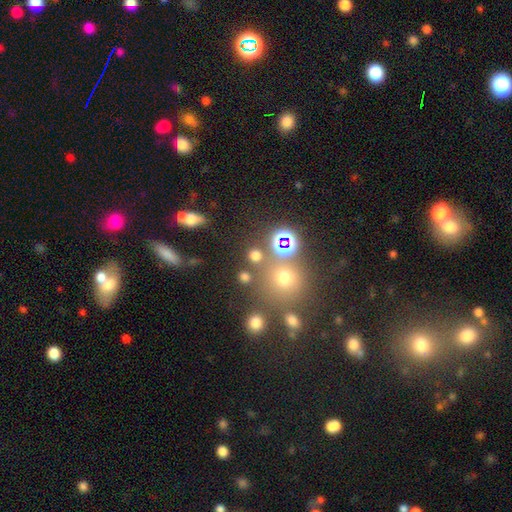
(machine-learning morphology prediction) type=smooth (64%); roundness=round (87%); merging=none (74%).